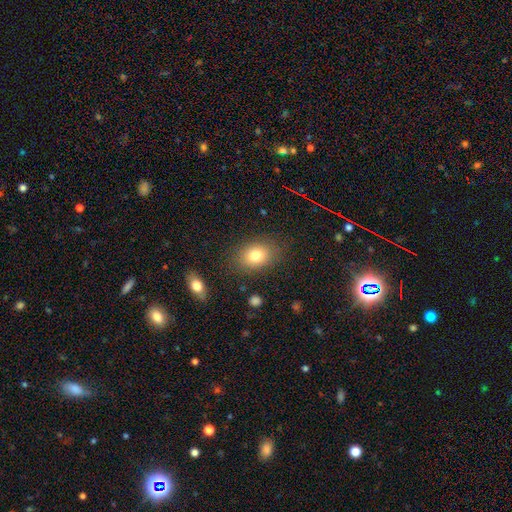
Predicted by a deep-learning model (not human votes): A smooth galaxy with no disk features (80%) that is in between round and cigar-shaped (71%).

Vote fractions:
- Smooth or featured? smooth: 80% / featured or disk: 10% / star or artifact: 10%
- How rounded? in between: 71% / round: 27% / cigar-shaped: 1%
- Merging? none: 82% / minor disturbance: 12% / major disturbance: 4% / merger: 2%